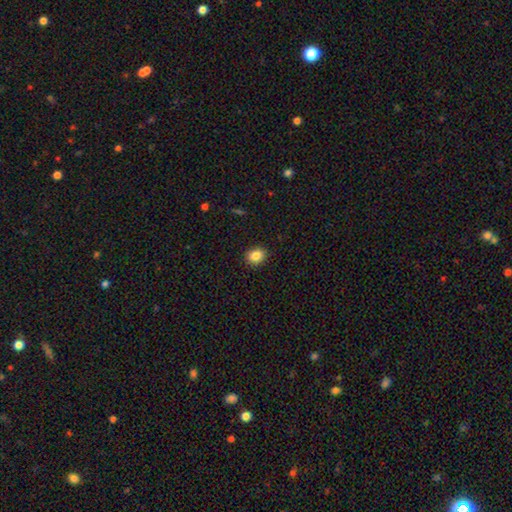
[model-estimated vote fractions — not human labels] smooth 85%, star or artifact 10%, featured or disk 5%. Down the decision tree: how rounded — round (58%); merging — none (89%).